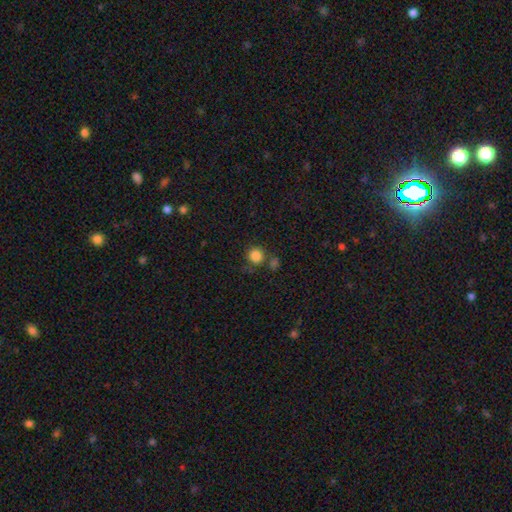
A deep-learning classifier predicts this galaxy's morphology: type=smooth (84%); roundness=round (91%); merging=none (68%).